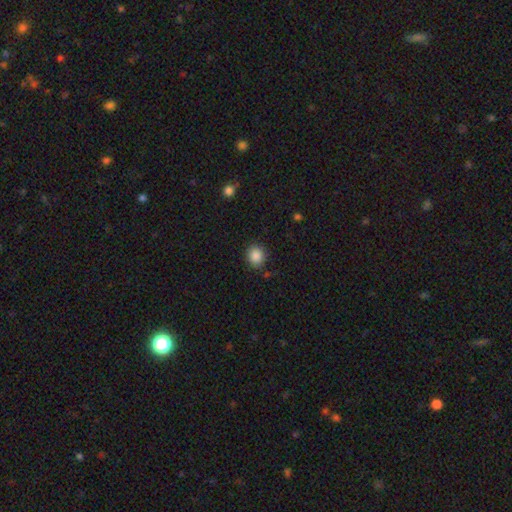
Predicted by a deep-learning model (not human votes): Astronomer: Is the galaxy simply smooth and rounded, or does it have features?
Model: smooth — 87%.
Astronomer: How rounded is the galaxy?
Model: round — 74%.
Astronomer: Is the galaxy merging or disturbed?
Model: none — 86%.